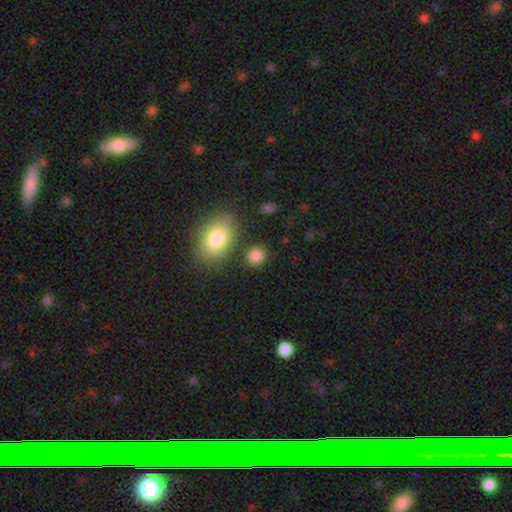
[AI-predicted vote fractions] Smooth or featured: smooth — 85% (star or artifact — 10%)
How rounded: round — 75% (in between — 23%)
Merging: none — 81% (minor disturbance — 9%)